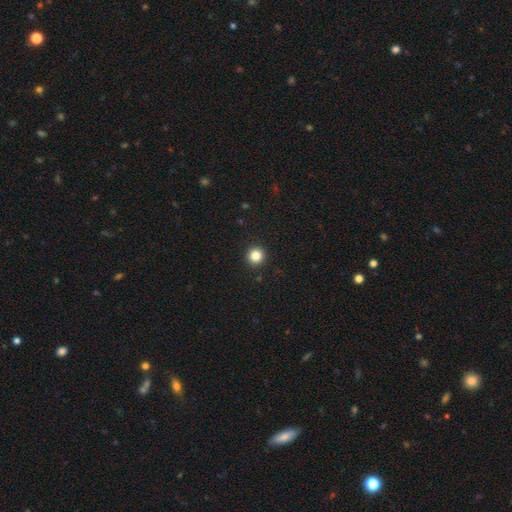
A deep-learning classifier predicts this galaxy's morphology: The model was most divided on "smooth or featured": smooth: 84%, star or artifact: 12%, featured or disk: 4%. More confident: how rounded — round (94%); merging — none (93%).